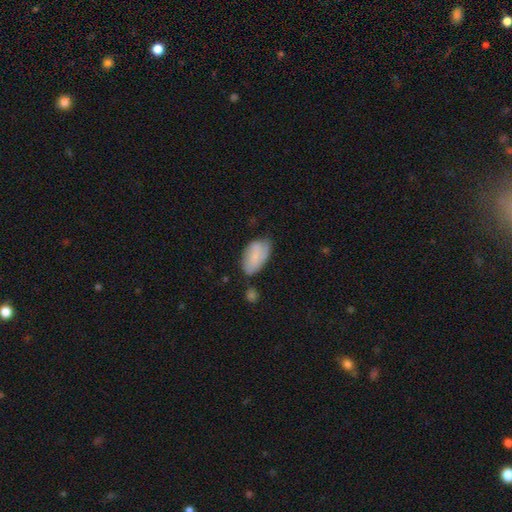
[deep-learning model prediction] Smooth or featured? smooth (70%)
How rounded? in between (94%)
Merging? none (50%)